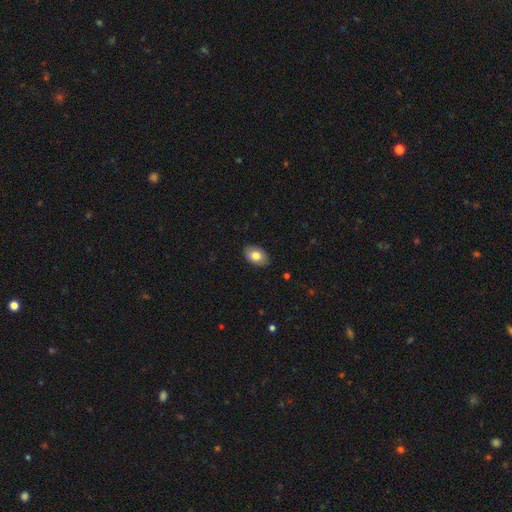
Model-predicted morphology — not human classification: smooth_or_featured: smooth (p=0.79) [alt: featured or disk p=0.14]
how_rounded: in between (p=0.88) [alt: round p=0.10]
merging: none (p=0.86) [alt: minor disturbance p=0.11]